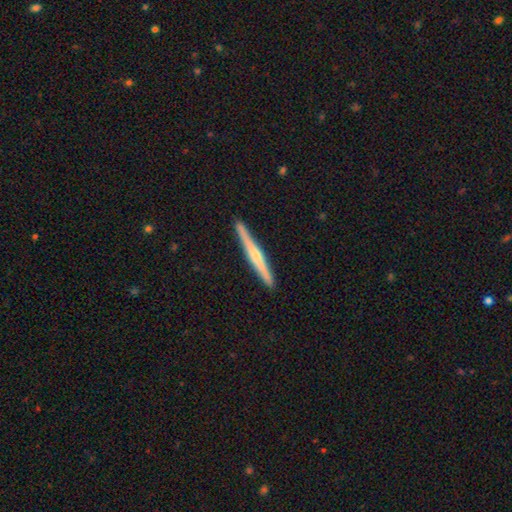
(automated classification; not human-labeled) This appears to be a featured or disk galaxy (62%) viewed edge-on (98%) with a rounded central bulge (65%). Merging: none (92%).